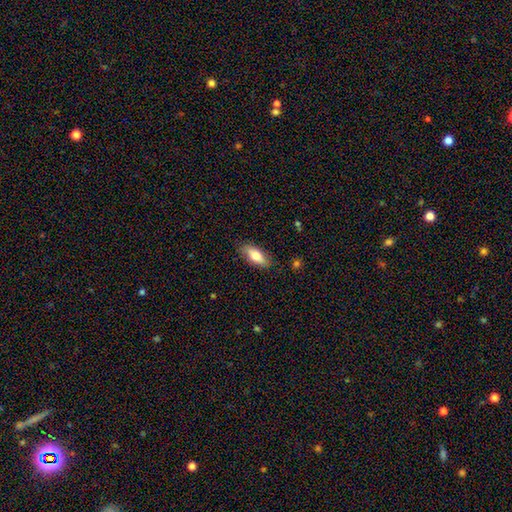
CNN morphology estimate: Overall: smooth (74%). How rounded: in between (79%). Merging: none (83%).